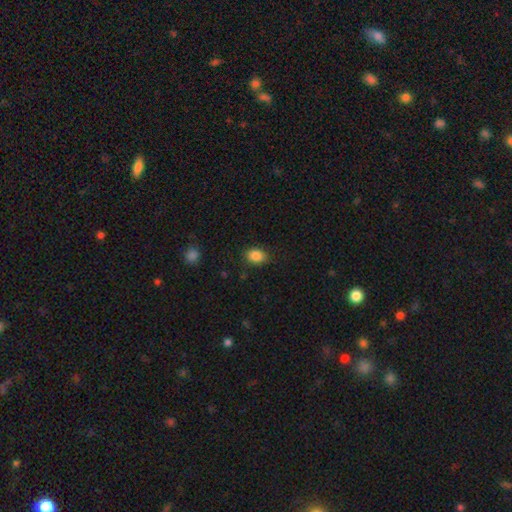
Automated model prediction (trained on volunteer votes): This appears to be a smooth galaxy with no disk features (86%) that is in between round and cigar-shaped (74%). Merging: none (84%).